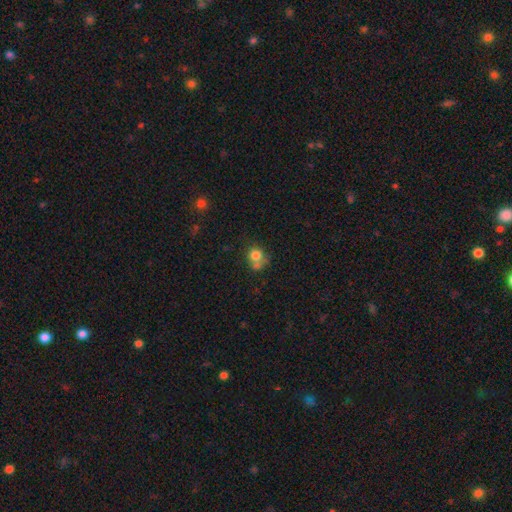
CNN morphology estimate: smooth 77%, featured or disk 12%, star or artifact 12%. Down the decision tree: how rounded — round (72%); merging — none (40%).